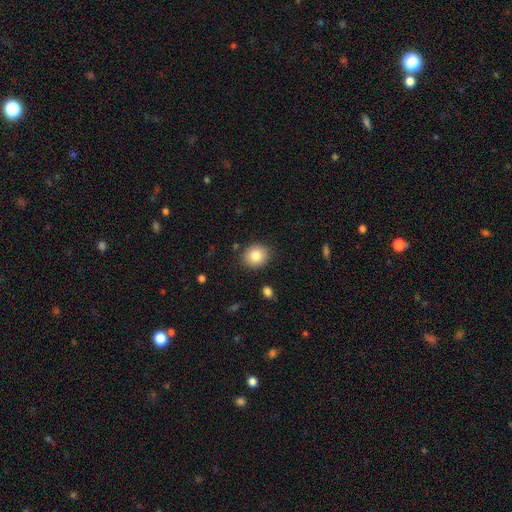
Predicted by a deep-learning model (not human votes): Smooth or featured? smooth (83%)
How rounded? round (80%)
Merging? none (88%)